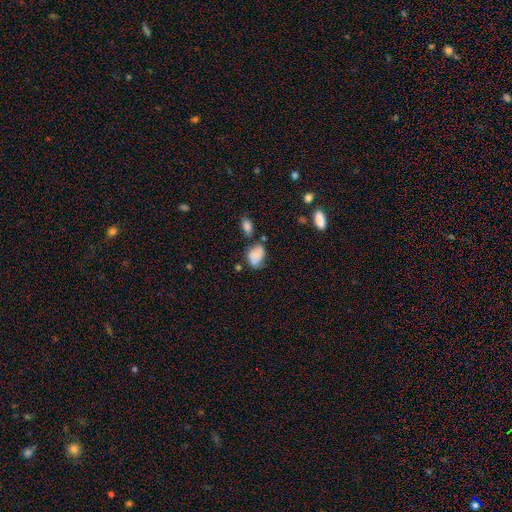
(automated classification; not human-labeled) smooth-or-featured: smooth: 69% | featured or disk: 22% | star or artifact: 10%
  how-rounded: in between: 77% | round: 22% | cigar-shaped: 1%
  merging: none: 48% | minor disturbance: 28% | merger: 14% | major disturbance: 10%